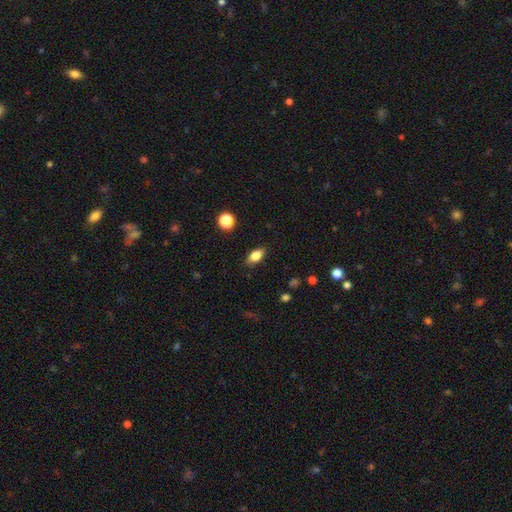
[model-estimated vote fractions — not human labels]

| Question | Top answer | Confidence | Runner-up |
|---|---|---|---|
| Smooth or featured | smooth | 80% | featured or disk (11%) |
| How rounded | in between | 84% | round (8%) |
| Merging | none | 85% | minor disturbance (11%) |